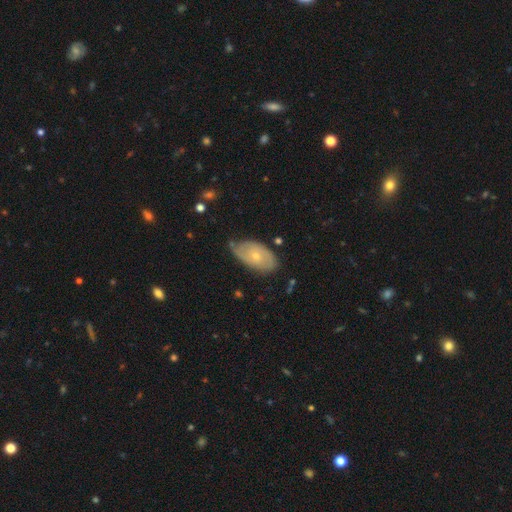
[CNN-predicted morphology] Smooth or featured?
  - featured or disk: 53% *
  - smooth: 41%
  - star or artifact: 7%
Edge-on disk?
  - no: 92% *
  - yes: 8%
Merging?
  - none: 58% *
  - minor disturbance: 33%
  - major disturbance: 7%
  - merger: 2%